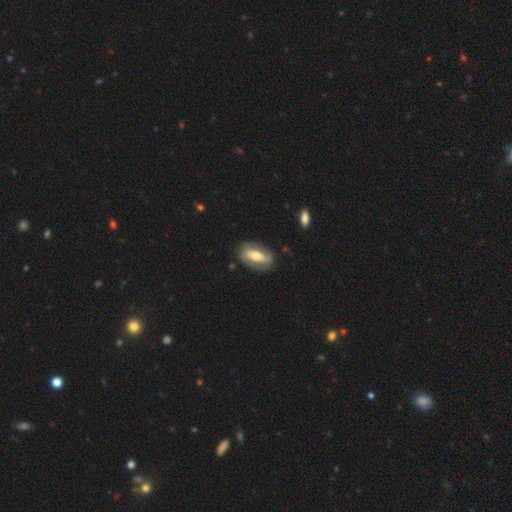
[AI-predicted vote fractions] smooth_or_featured: featured or disk (p=0.58) [alt: smooth p=0.36]
disk_edge_on: no (p=0.86) [alt: yes p=0.14]
merging: none (p=0.74) [alt: minor disturbance p=0.18]